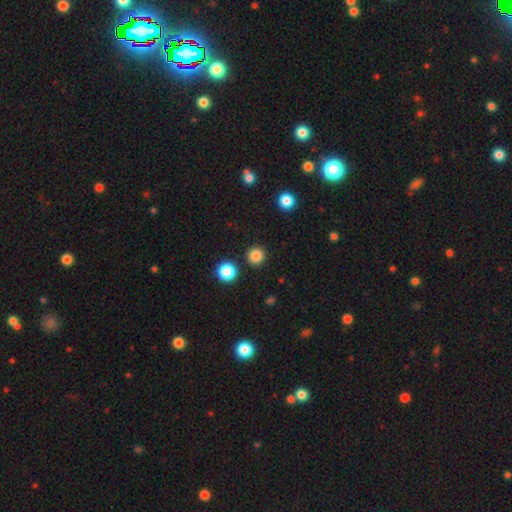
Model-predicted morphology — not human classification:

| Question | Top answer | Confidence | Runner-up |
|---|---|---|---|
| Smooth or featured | smooth | 84% | star or artifact (12%) |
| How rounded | round | 95% | in between (4%) |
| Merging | none | 90% | minor disturbance (5%) |